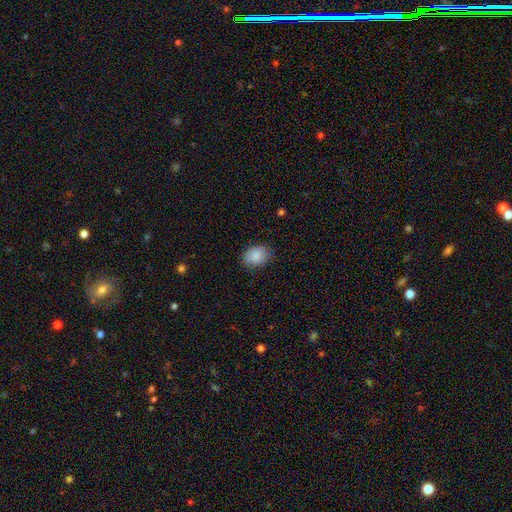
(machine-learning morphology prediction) A smooth galaxy with no disk features (87%) that is in between round and cigar-shaped (73%). Merging: none (82%).